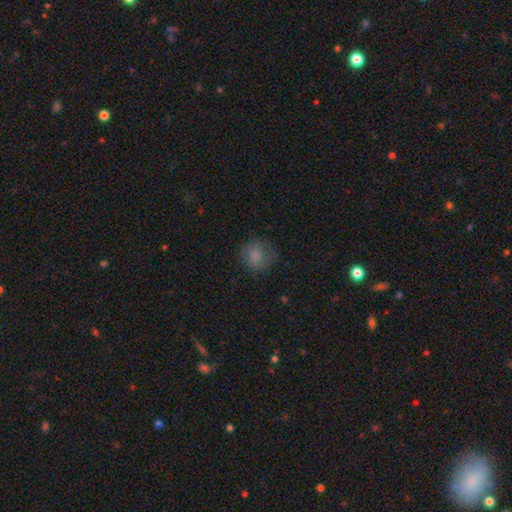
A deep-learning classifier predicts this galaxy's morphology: This appears to be a smooth galaxy with no disk features (78%) that is round (83%). Merging: none (67%).